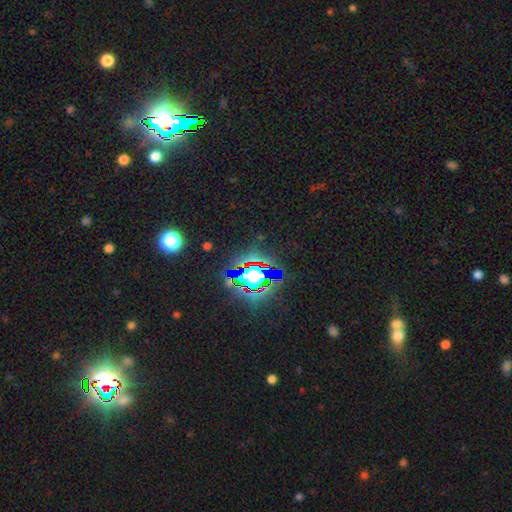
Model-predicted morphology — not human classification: Smooth or featured?
  - star or artifact: 79% *
  - smooth: 12%
  - featured or disk: 9%